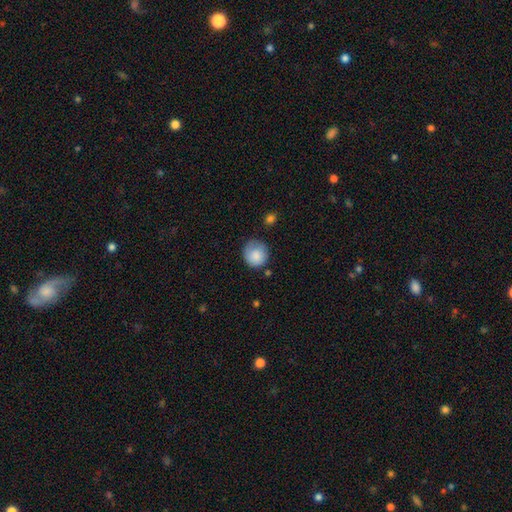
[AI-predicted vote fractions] Smooth or featured? smooth (83%)
How rounded? round (89%)
Merging? none (69%)